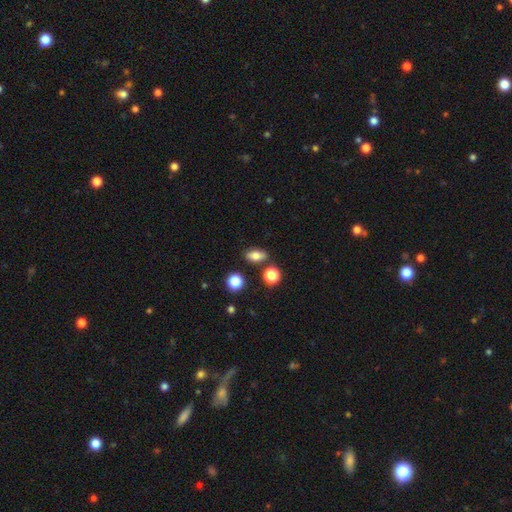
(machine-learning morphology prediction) The model was most divided on "how rounded": in between: 76%, round: 15%, cigar-shaped: 8%. More confident: merging — none (80%); smooth or featured — smooth (75%).